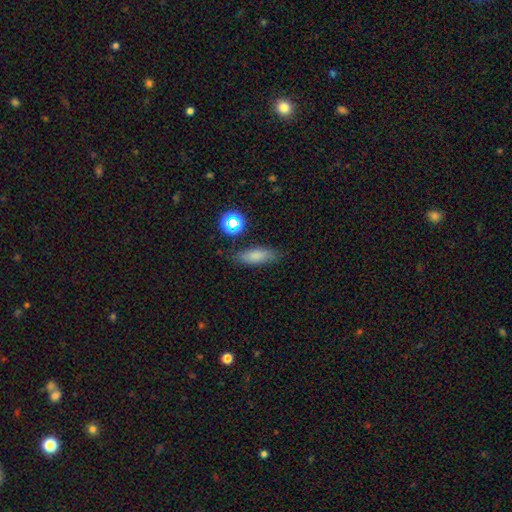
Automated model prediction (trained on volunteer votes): smooth 77%, star or artifact 12%, featured or disk 11%. Down the decision tree: how rounded — in between (65%); merging — none (77%).